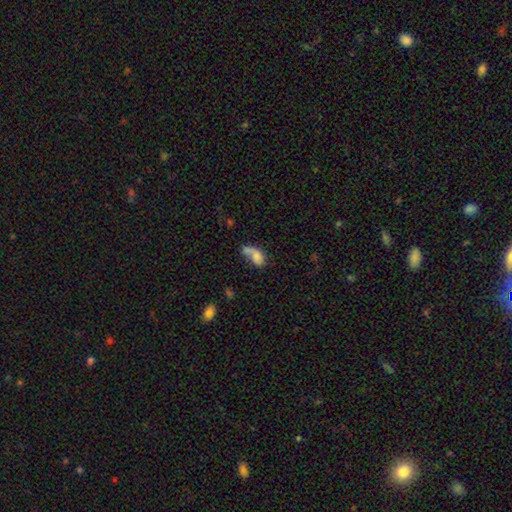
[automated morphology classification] This appears to be a smooth galaxy with no disk features (68%) that is in between round and cigar-shaped (84%). Merging: merger (40%).